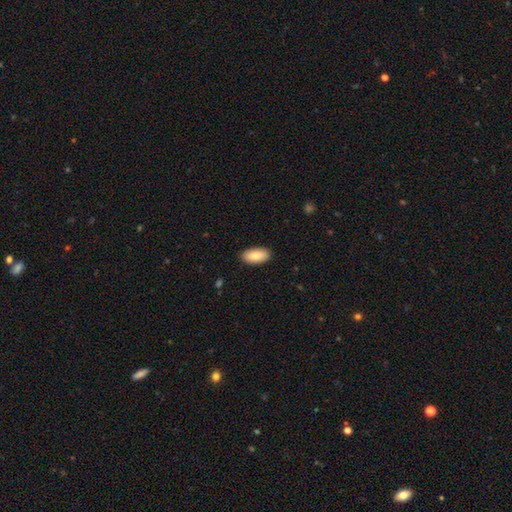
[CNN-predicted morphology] smooth_or_featured: smooth (p=0.86) [alt: featured or disk p=0.08]
how_rounded: in between (p=0.93) [alt: cigar-shaped p=0.05]
merging: none (p=0.90) [alt: minor disturbance p=0.08]